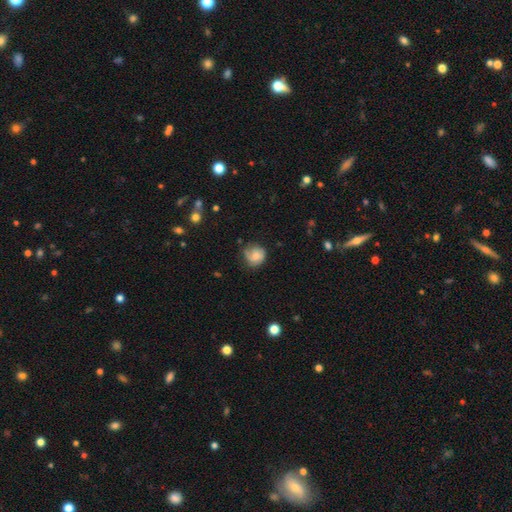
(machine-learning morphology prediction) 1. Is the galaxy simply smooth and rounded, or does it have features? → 58% smooth, 33% featured or disk, 9% star or artifact.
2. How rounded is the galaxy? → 82% round, 17% in between, 1% cigar-shaped.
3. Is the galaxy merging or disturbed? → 61% none, 28% minor disturbance, 10% major disturbance, 2% merger.